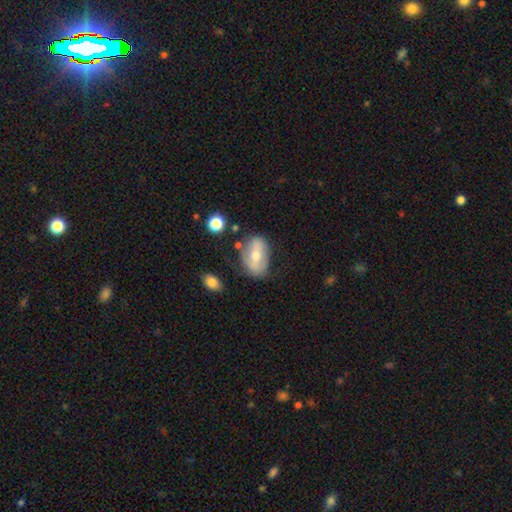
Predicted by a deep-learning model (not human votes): The model was most divided on "smooth or featured": featured or disk: 51%, smooth: 42%, star or artifact: 8%. More confident: edge-on disk — no (89%); merging — none (65%).